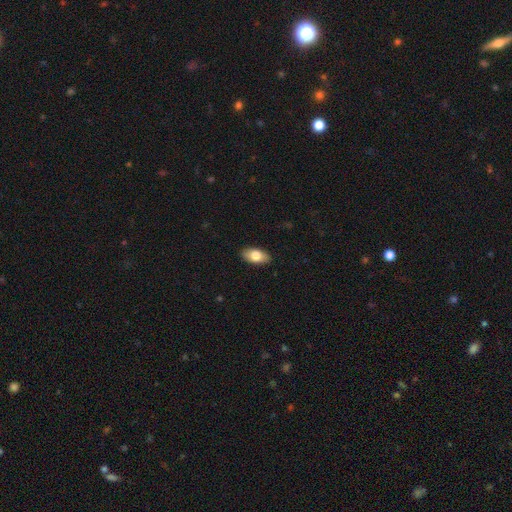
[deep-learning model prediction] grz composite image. It shows a smooth galaxy with no disk features (80%) that is in between round and cigar-shaped (93%). Merging: none (89%).